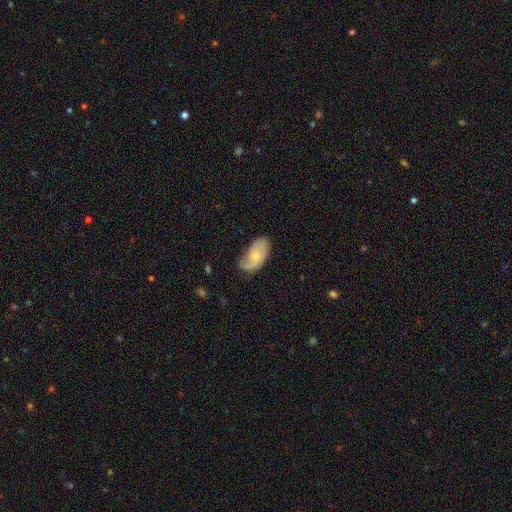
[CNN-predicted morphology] The model was most divided on "smooth or featured": smooth: 49%, featured or disk: 45%, star or artifact: 6%. More confident: merging — none (56%).